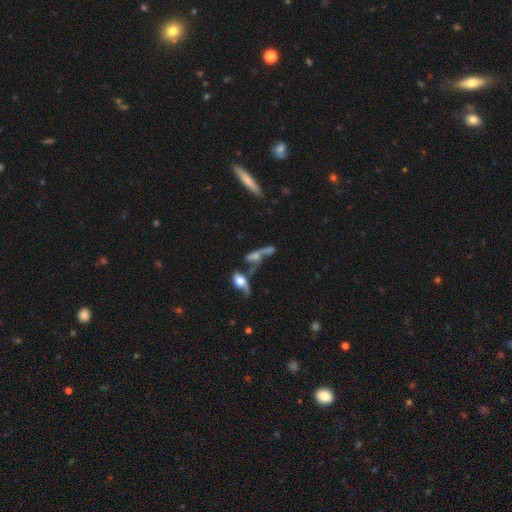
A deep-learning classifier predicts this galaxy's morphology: featured or disk 50%, smooth 34%, star or artifact 17%. Down the decision tree: merging — merger (41%).